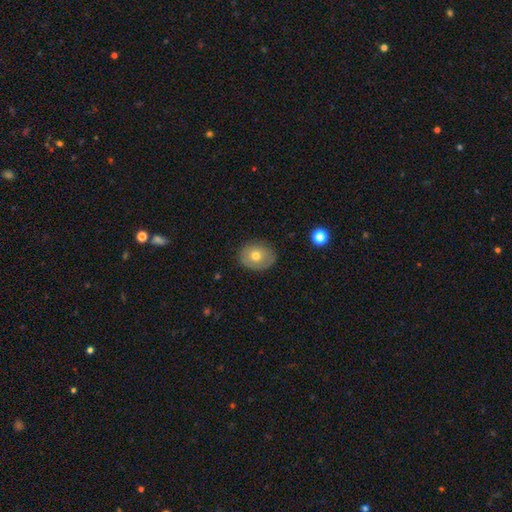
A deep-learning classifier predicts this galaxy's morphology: Q: Smooth or featured?
A: smooth (66%); runner-up: featured or disk (26%)
Q: How rounded?
A: round (54%); runner-up: in between (45%)
Q: Merging?
A: none (82%); runner-up: minor disturbance (14%)